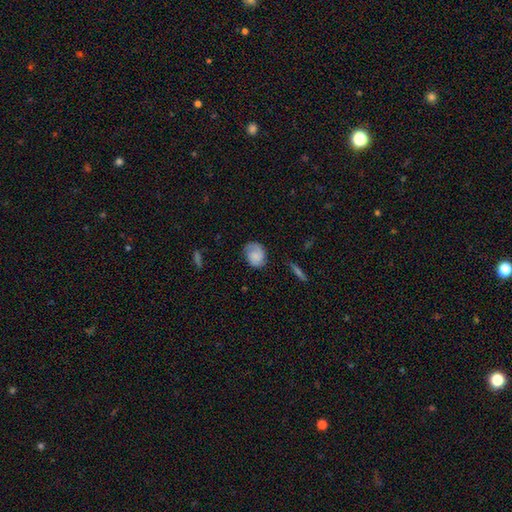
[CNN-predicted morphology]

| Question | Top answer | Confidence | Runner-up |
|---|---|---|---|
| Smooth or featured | smooth | 57% | featured or disk (35%) |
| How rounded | in between | 50% | round (49%) |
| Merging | none | 64% | minor disturbance (25%) |